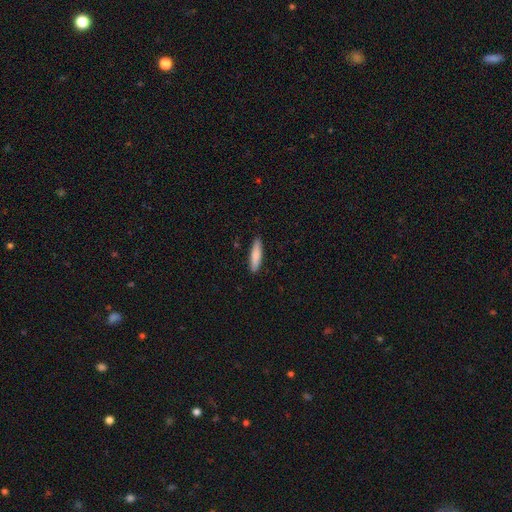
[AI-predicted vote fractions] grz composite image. It shows a smooth galaxy with no disk features (83%) that is cigar-shaped (76%). Merging: none (89%).